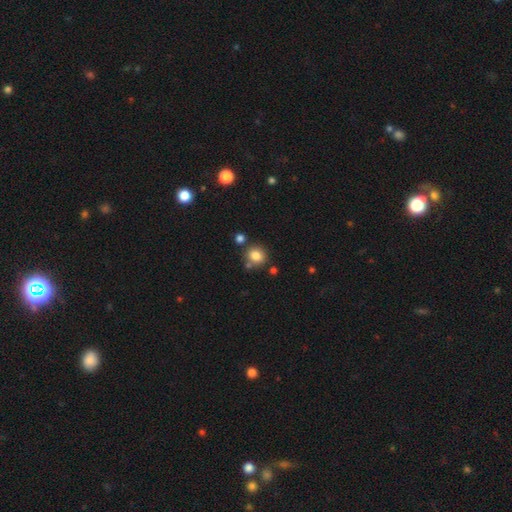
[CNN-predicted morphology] Smooth or featured? Predicted: smooth (p=0.83). How rounded? Predicted: round (p=0.80). Merging? Predicted: none (p=0.74).